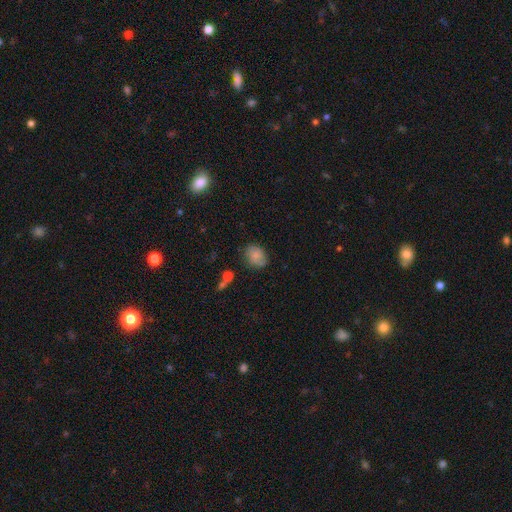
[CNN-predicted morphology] Smooth or featured: smooth — 75% (featured or disk — 16%)
How rounded: in between — 66% (round — 33%)
Merging: none — 68% (minor disturbance — 23%)